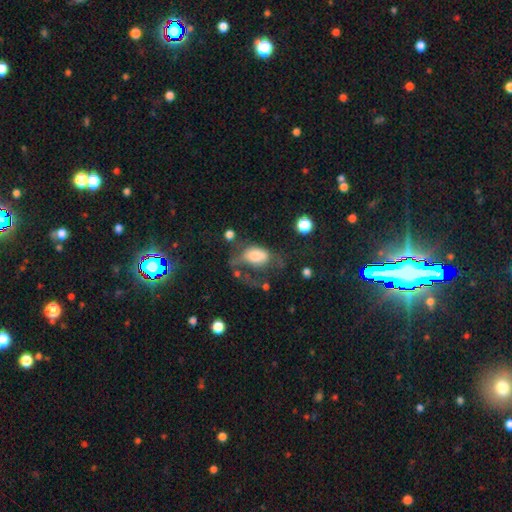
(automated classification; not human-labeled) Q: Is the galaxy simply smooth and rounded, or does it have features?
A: smooth — 62%.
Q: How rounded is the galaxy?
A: in between — 85%.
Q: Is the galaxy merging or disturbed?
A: major disturbance — 53%.